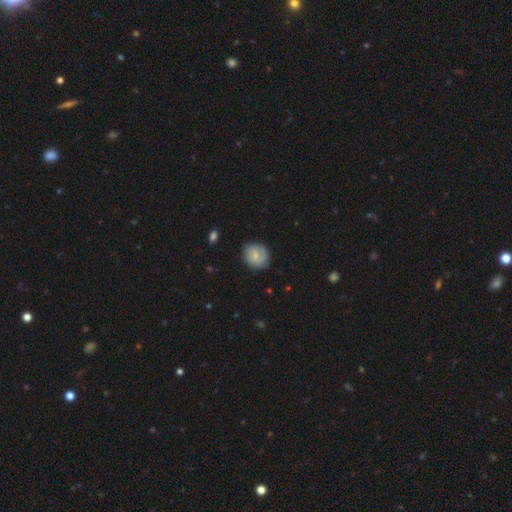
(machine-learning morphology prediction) smooth 53%, featured or disk 40%, star or artifact 7%. Down the decision tree: how rounded — round (78%); merging — none (71%).